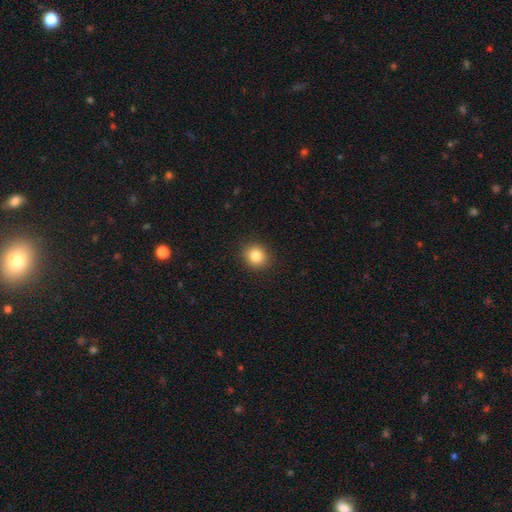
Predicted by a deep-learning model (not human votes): smooth_or_featured: smooth (p=0.84) [alt: star or artifact p=0.11]
how_rounded: round (p=0.82) [alt: in between p=0.17]
merging: none (p=0.91) [alt: minor disturbance p=0.06]